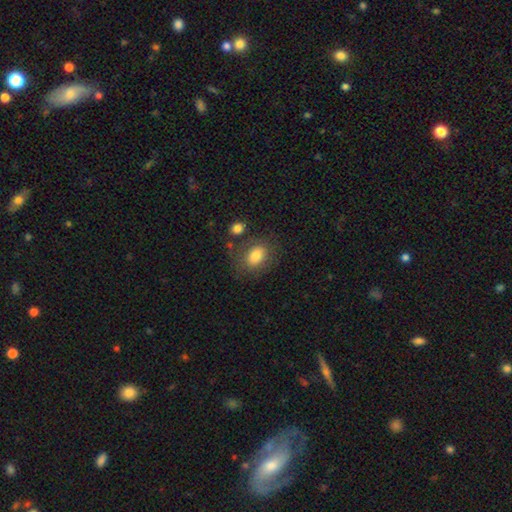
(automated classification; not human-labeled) Morphology: type=smooth (78%); roundness=in between (71%); merging=none (71%).